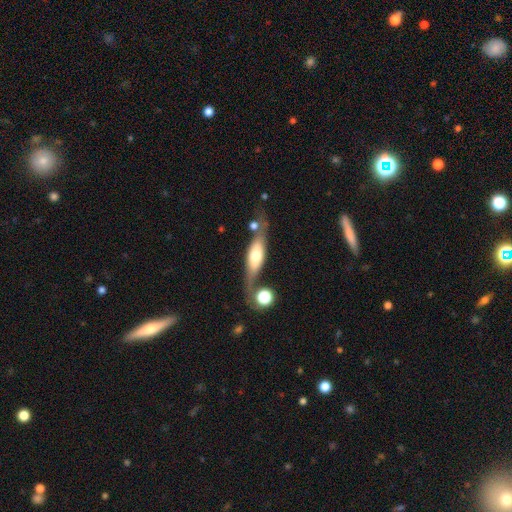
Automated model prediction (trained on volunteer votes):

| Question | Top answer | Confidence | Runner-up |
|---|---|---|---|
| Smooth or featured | featured or disk | 49% | smooth (45%) |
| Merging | none | 52% | minor disturbance (20%) |